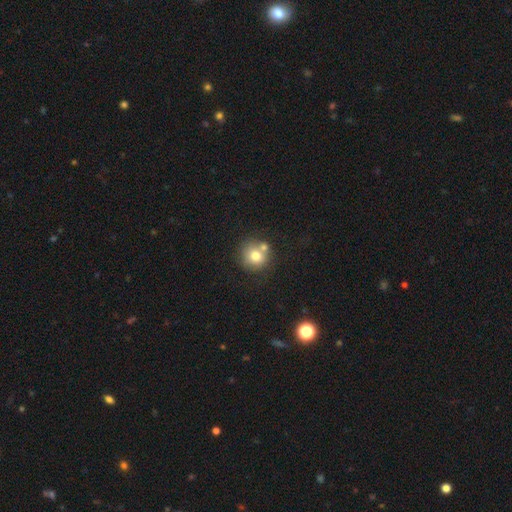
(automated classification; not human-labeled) The model was most divided on "merging": none: 57%, merger: 28%, minor disturbance: 11%, major disturbance: 4%. More confident: how rounded — round (90%); smooth or featured — smooth (74%).